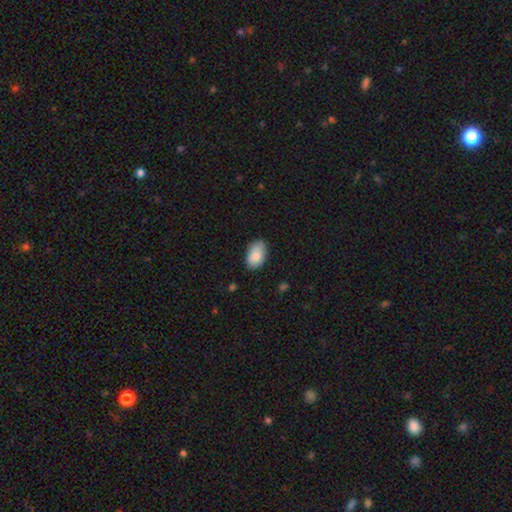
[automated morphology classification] Overall: smooth (86%). How rounded: in between (92%). Merging: none (79%).